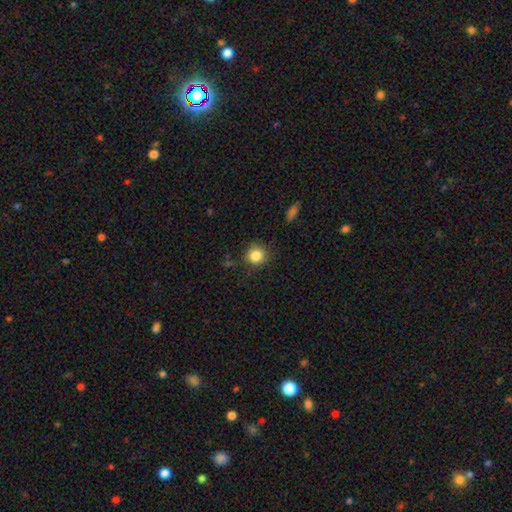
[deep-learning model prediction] smooth 84%, star or artifact 10%, featured or disk 5%. Down the decision tree: how rounded — round (91%); merging — none (83%).